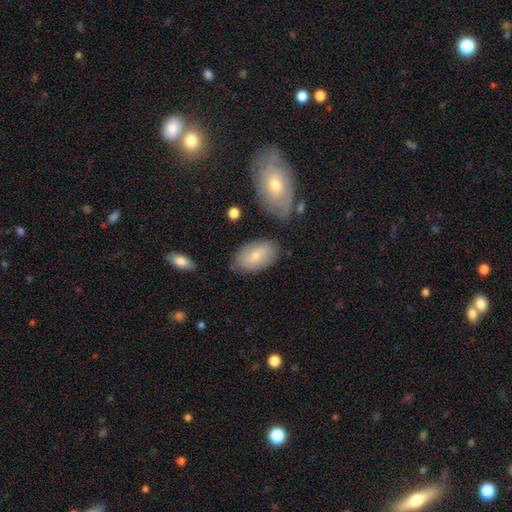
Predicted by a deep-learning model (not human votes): Smooth or featured? smooth (71%)
How rounded? in between (93%)
Merging? none (76%)